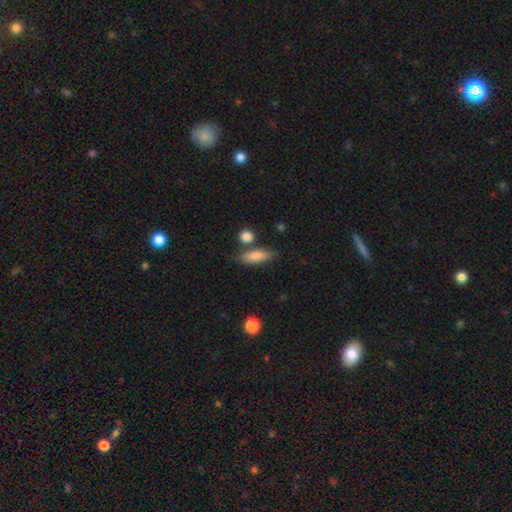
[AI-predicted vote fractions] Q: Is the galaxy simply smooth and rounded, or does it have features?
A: smooth — 79%.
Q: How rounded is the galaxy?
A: in between — 56%.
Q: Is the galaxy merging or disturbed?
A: none — 73%.